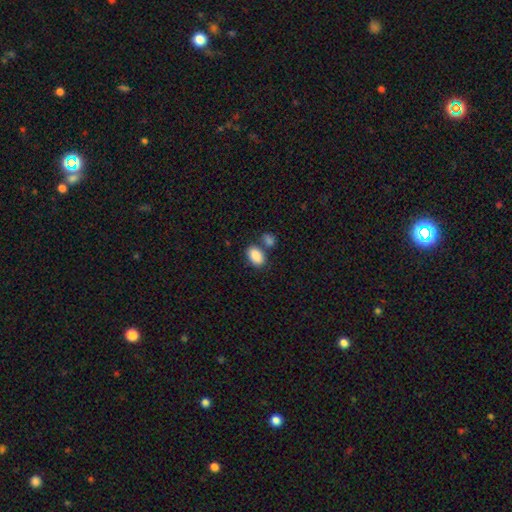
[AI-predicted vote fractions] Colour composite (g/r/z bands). It shows a smooth galaxy with no disk features (88%) that is in between round and cigar-shaped (89%). Merging: none (63%).